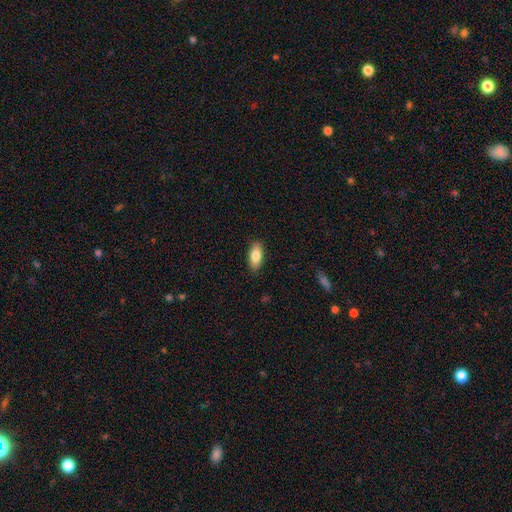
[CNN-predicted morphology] The model was most divided on "smooth or featured": smooth: 80%, featured or disk: 13%, star or artifact: 7%. More confident: merging — none (88%); how rounded — in between (84%).